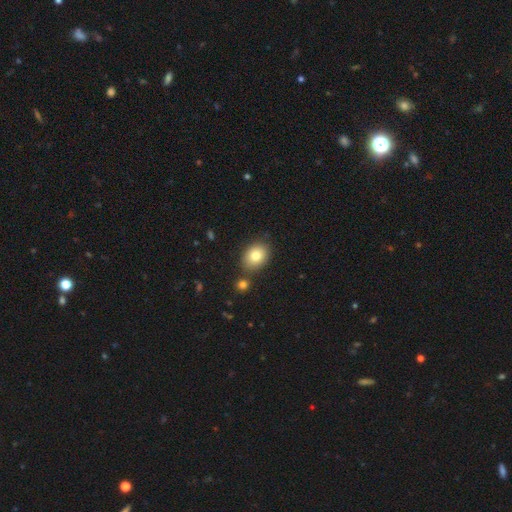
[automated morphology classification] smooth 80%, featured or disk 11%, star or artifact 9%. Down the decision tree: how rounded — in between (64%); merging — none (77%).